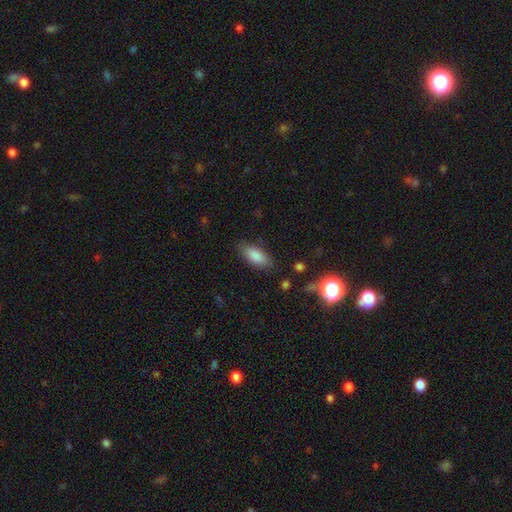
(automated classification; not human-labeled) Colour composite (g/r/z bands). It shows a smooth galaxy with no disk features (86%) that is in between round and cigar-shaped (85%). Merging: none (82%).